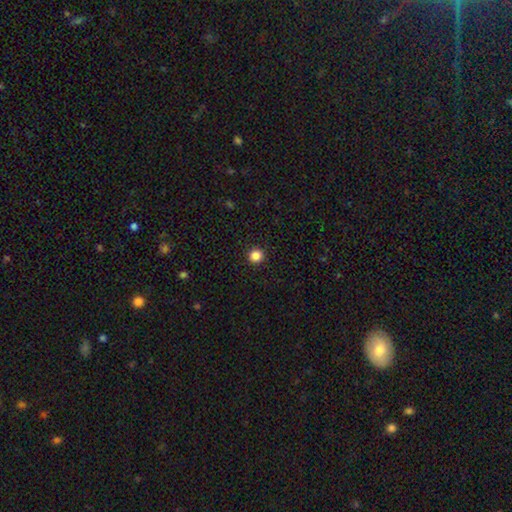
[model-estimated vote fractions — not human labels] Smooth or featured: smooth — 85% (star or artifact — 11%)
How rounded: round — 95% (in between — 4%)
Merging: none — 93% (minor disturbance — 4%)